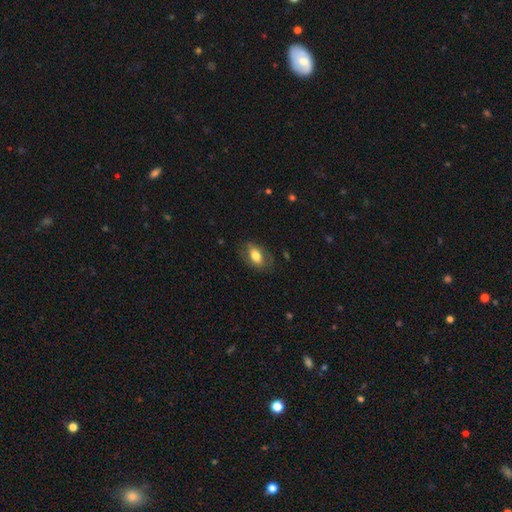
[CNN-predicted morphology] This is likely a smooth galaxy (65%). How rounded: clearly in between (88%). Merging: likely none (73%).